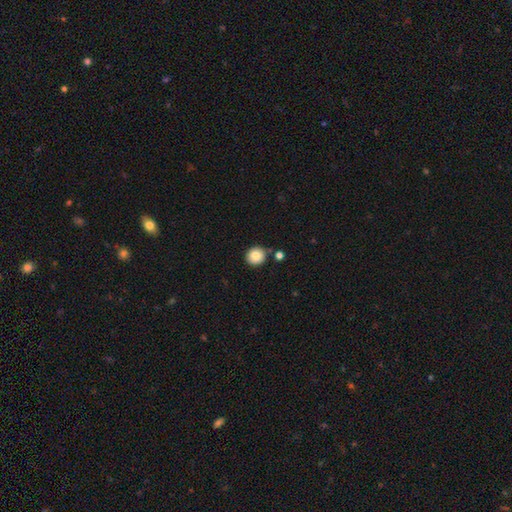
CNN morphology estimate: A smooth galaxy with no disk features (84%) that is round (90%). Merging: none (84%).